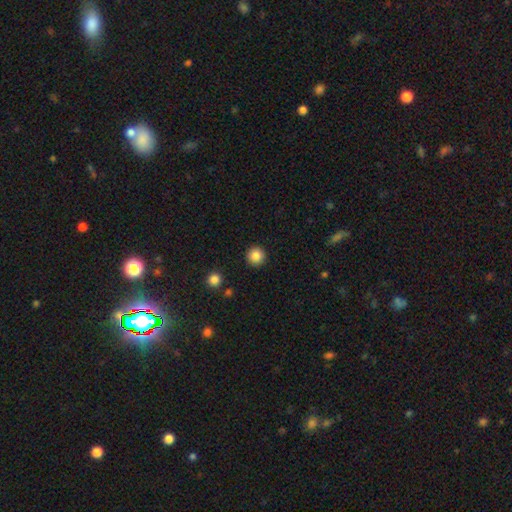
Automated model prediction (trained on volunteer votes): Q: Smooth or featured?
A: smooth (86%); runner-up: star or artifact (10%)
Q: How rounded?
A: round (96%); runner-up: in between (3%)
Q: Merging?
A: none (93%); runner-up: minor disturbance (4%)